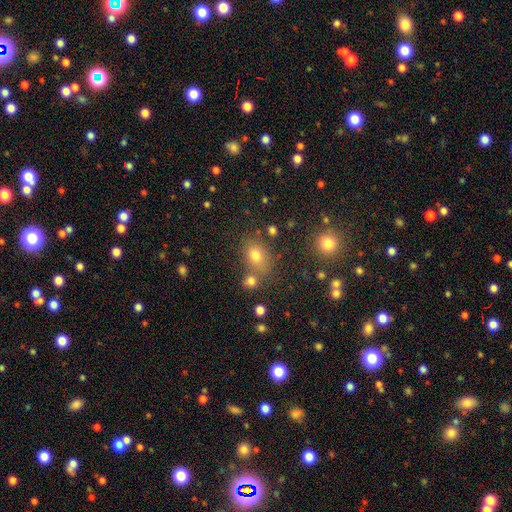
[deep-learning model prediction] The model was most divided on "how rounded": in between: 58%, round: 41%, cigar-shaped: 1%. More confident: smooth or featured — smooth (74%); merging — none (65%).